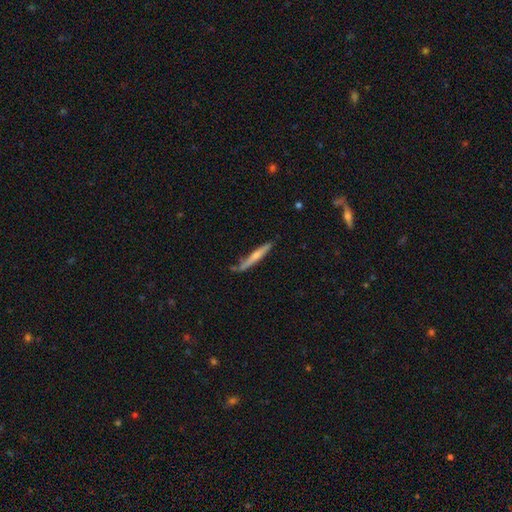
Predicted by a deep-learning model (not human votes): smooth-or-featured: featured or disk: 48% | smooth: 46% | star or artifact: 6%
  merging: none: 68% | minor disturbance: 21% | merger: 5% | major disturbance: 5%